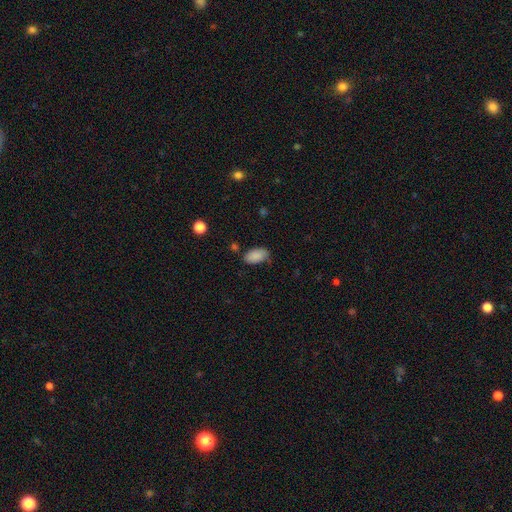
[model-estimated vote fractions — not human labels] smooth_or_featured: smooth (p=0.87) [alt: star or artifact p=0.08]
how_rounded: in between (p=0.94) [alt: round p=0.05]
merging: none (p=0.68) [alt: minor disturbance p=0.23]